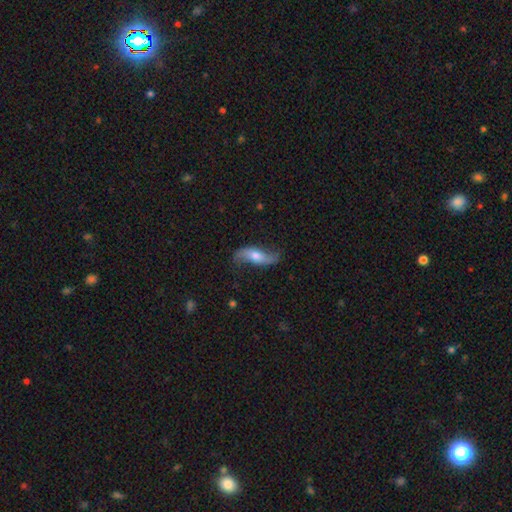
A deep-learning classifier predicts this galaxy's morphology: Smooth or featured? featured or disk (63%)
Edge-on disk? no (83%)
Bar? no (58%)
Spiral arms? yes (88%)
Bulge size? moderate (57%)
Merging? none (68%)